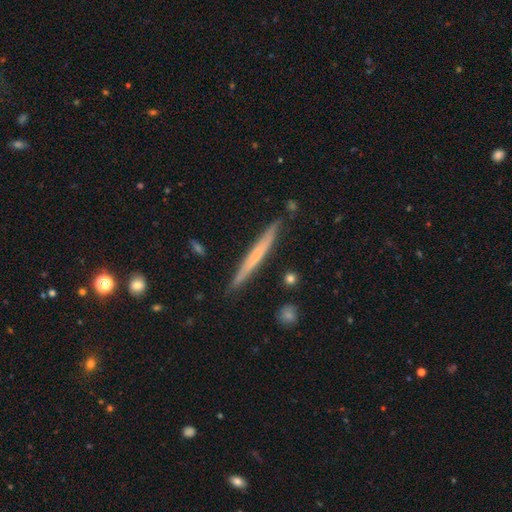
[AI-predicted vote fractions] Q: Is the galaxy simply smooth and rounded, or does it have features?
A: smooth — 49%.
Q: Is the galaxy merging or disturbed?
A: none — 89%.